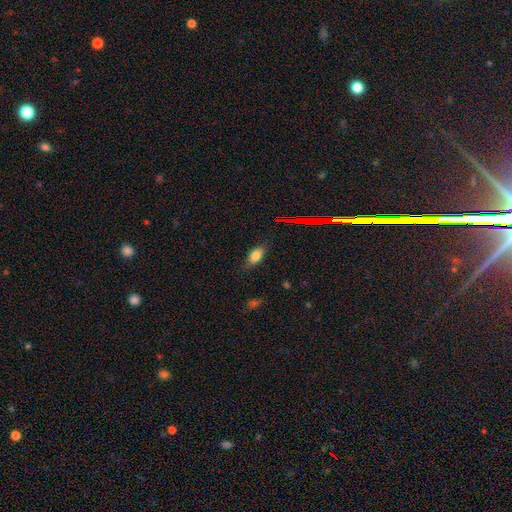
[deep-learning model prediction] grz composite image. It shows a smooth galaxy with no disk features (76%) that is in between round and cigar-shaped (84%). Merging: none (78%).